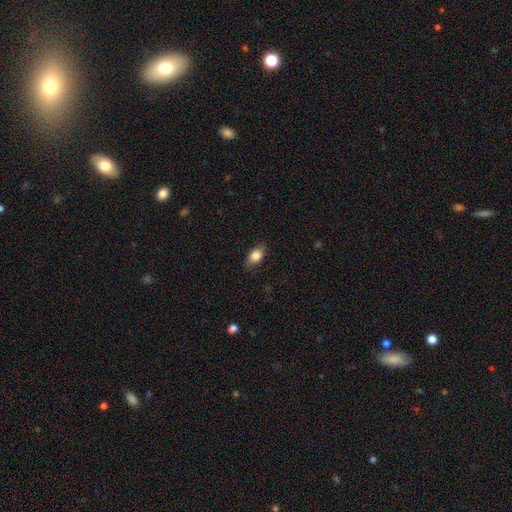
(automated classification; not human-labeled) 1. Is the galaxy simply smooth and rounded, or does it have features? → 81% smooth, 11% featured or disk, 8% star or artifact.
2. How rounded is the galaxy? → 83% in between, 13% round, 4% cigar-shaped.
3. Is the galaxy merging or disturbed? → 81% none, 15% minor disturbance, 3% major disturbance, 1% merger.